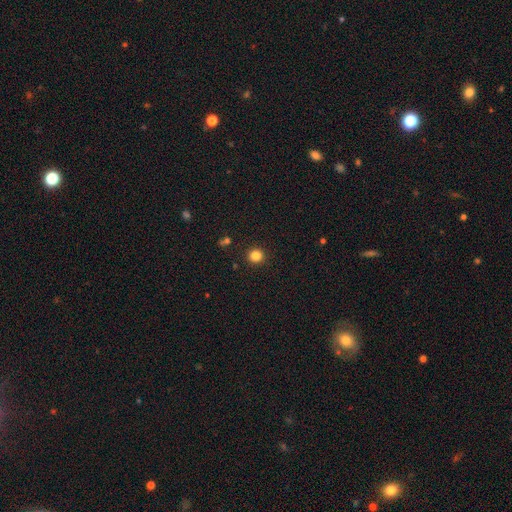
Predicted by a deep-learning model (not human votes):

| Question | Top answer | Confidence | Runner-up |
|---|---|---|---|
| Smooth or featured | smooth | 83% | star or artifact (13%) |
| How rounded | round | 92% | in between (7%) |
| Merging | none | 92% | minor disturbance (5%) |